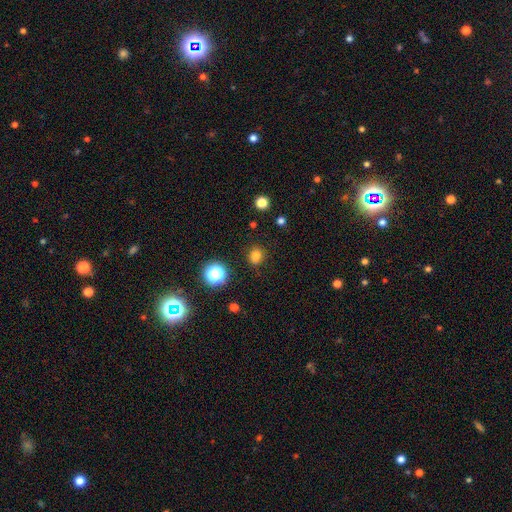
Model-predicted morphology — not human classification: A smooth galaxy with no disk features (76%) that is round (73%).

Vote fractions:
- Smooth or featured? smooth: 76% / star or artifact: 19% / featured or disk: 5%
- How rounded? round: 73% / in between: 26% / cigar-shaped: 1%
- Merging? none: 82% / minor disturbance: 11% / major disturbance: 3% / merger: 3%